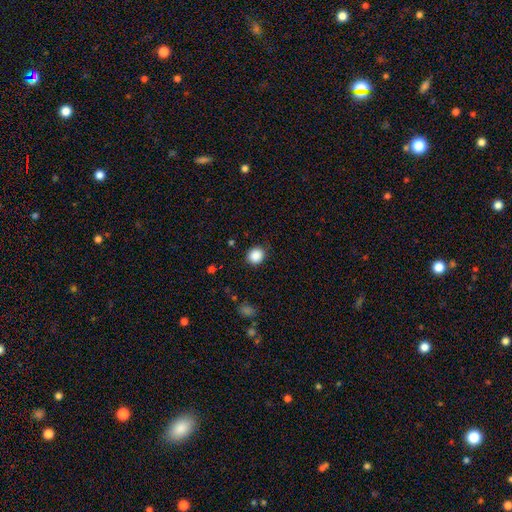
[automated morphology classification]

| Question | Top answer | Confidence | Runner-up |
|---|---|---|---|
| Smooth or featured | smooth | 88% | star or artifact (9%) |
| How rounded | round | 81% | in between (18%) |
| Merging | none | 88% | minor disturbance (8%) |